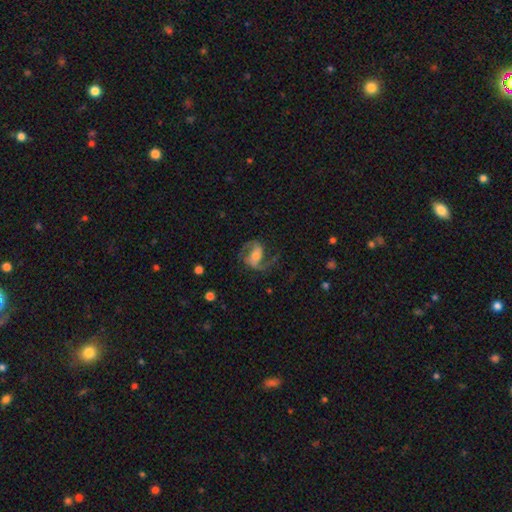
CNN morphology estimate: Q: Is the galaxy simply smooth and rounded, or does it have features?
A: featured or disk — 85%.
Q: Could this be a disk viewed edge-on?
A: no — 97%.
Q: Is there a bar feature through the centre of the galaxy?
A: weak — 39%.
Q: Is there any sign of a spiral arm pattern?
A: yes — 95%.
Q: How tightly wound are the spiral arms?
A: medium — 55%.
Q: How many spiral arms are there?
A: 2 — 91%.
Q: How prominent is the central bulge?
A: moderate — 46%.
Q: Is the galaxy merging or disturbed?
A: none — 70%.